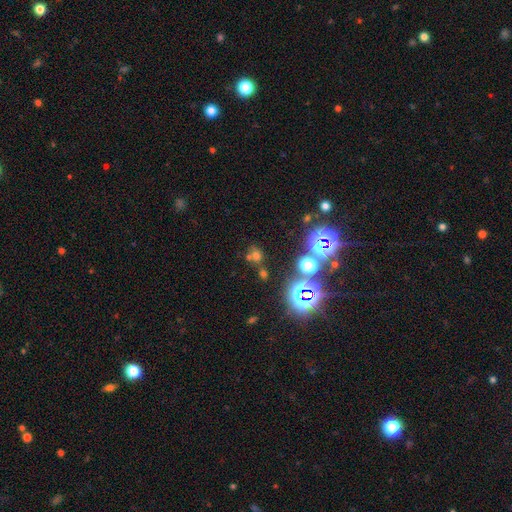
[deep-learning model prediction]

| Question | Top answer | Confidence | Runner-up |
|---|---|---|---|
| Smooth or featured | star or artifact | 45% | tied: smooth (45%) |